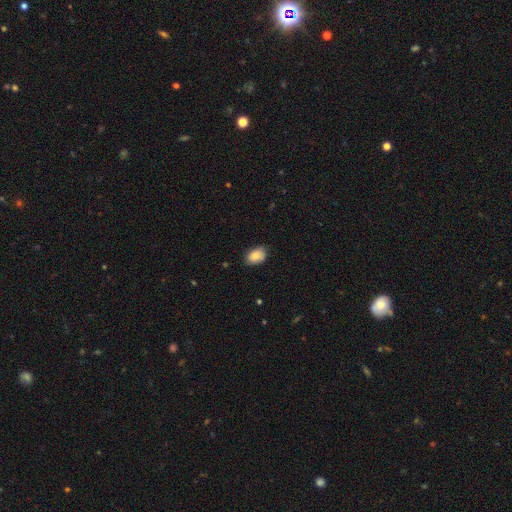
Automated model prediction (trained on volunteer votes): This is clearly a smooth galaxy (82%). How rounded: clearly in between (83%). Merging: likely none (79%).